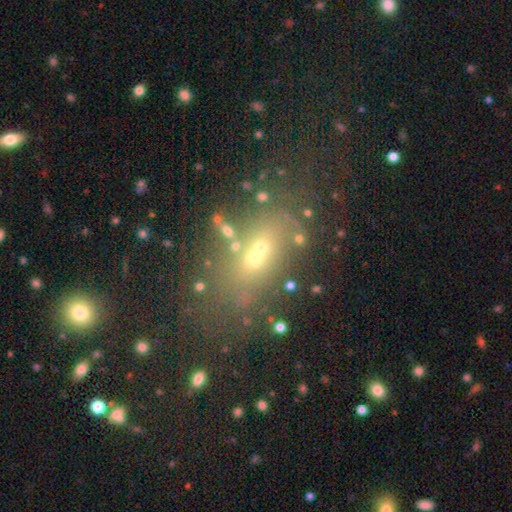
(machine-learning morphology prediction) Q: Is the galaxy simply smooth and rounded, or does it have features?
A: smooth — 45%.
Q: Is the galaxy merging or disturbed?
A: none — 47%.